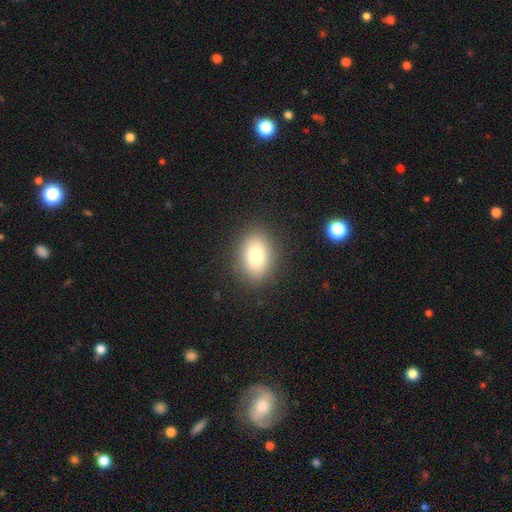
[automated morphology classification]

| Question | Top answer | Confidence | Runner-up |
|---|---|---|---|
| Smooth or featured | smooth | 80% | featured or disk (11%) |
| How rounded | in between | 78% | round (20%) |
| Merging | none | 87% | minor disturbance (9%) |